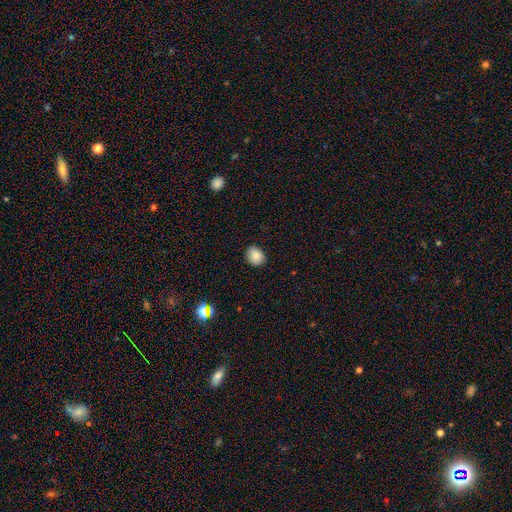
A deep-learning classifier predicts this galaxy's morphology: smooth_or_featured: smooth (p=0.84) [alt: star or artifact p=0.09]
how_rounded: round (p=0.51) [alt: in between p=0.48]
merging: none (p=0.83) [alt: minor disturbance p=0.13]